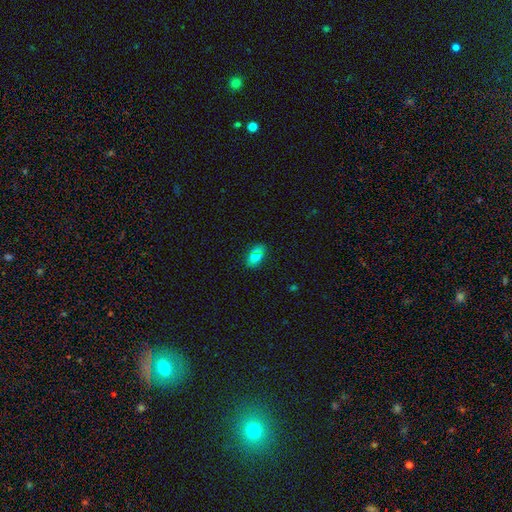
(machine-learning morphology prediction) Overall: smooth (77%). How rounded: in between (87%). Merging: none (80%).